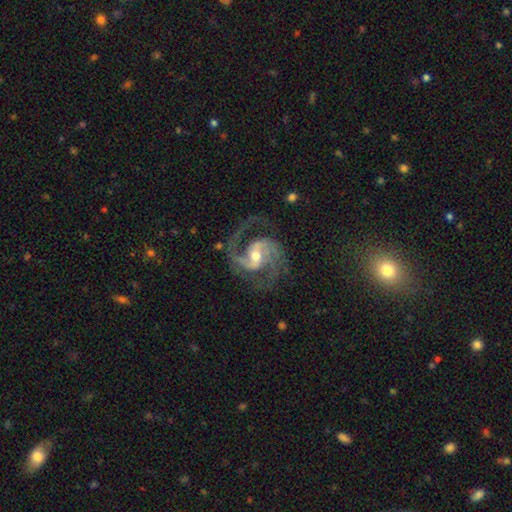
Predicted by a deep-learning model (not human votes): smooth_or_featured: featured or disk (p=0.93) [alt: star or artifact p=0.04]
disk_edge_on: no (p=0.98) [alt: yes p=0.02]
bar: weak (p=0.48) [alt: no p=0.33]
has_spiral_arms: yes (p=0.98) [alt: no p=0.02]
spiral_winding: medium (p=0.61) [alt: tight p=0.20]
spiral_arm_count: 2 (p=0.77) [alt: 3 p=0.10]
bulge_size: moderate (p=0.66) [alt: small p=0.25]
merging: none (p=0.70) [alt: minor disturbance p=0.16]